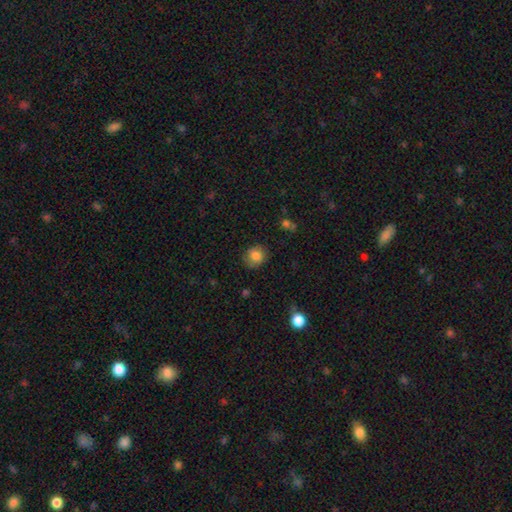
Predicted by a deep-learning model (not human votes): Smooth or featured? Predicted: smooth (p=0.84). How rounded? Predicted: round (p=0.81). Merging? Predicted: none (p=0.81).